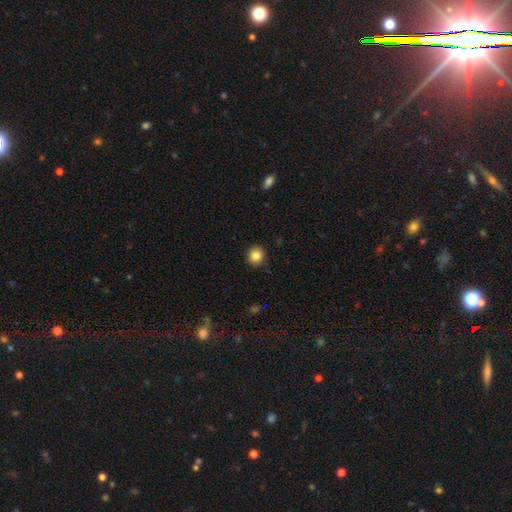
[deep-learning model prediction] Smooth or featured?
  - smooth: 85% *
  - star or artifact: 10%
  - featured or disk: 5%
How rounded?
  - round: 88% *
  - in between: 11%
  - cigar-shaped: 1%
Merging?
  - none: 90% *
  - minor disturbance: 7%
  - major disturbance: 2%
  - merger: 1%